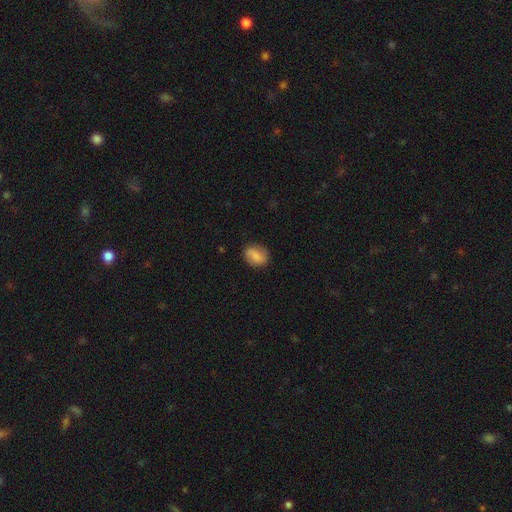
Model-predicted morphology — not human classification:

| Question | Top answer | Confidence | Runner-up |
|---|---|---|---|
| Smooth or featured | smooth | 77% | featured or disk (15%) |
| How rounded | in between | 65% | round (33%) |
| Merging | none | 78% | minor disturbance (16%) |